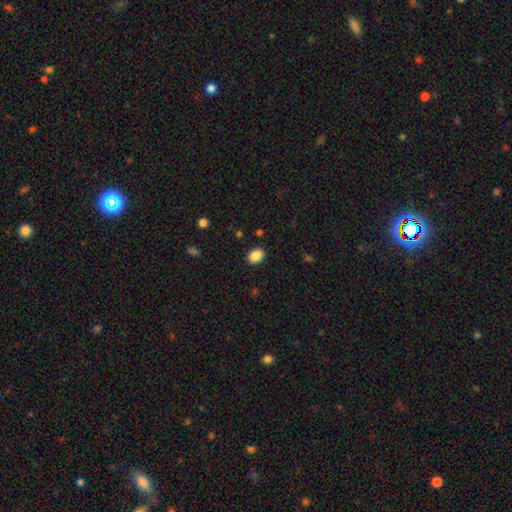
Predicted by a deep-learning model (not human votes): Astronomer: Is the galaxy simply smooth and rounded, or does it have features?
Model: smooth — 88%.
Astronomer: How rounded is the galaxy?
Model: in between — 72%.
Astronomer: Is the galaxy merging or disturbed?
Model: none — 89%.